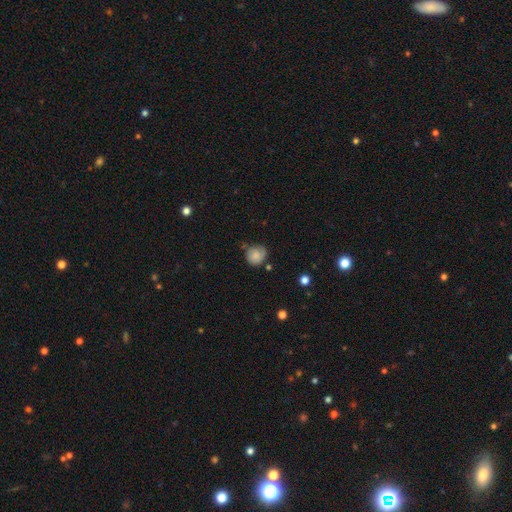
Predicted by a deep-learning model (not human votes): Smooth or featured?
  - smooth: 77% *
  - featured or disk: 14%
  - star or artifact: 9%
How rounded?
  - round: 84% *
  - in between: 15%
  - cigar-shaped: 1%
Merging?
  - none: 55% *
  - minor disturbance: 31%
  - major disturbance: 9%
  - merger: 5%